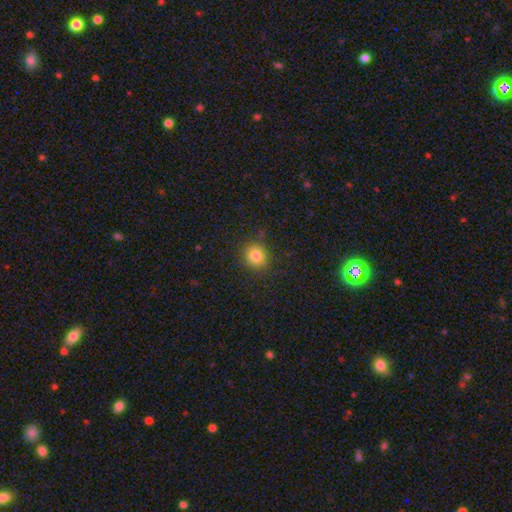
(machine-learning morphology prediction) A smooth galaxy with no disk features (82%) that is round (87%). Merging: none (87%).